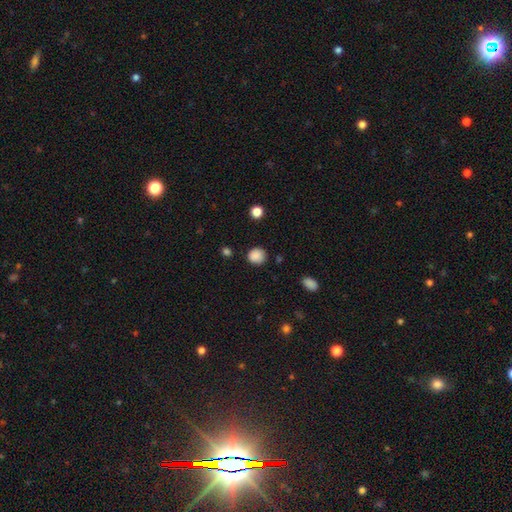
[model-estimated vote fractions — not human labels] A smooth galaxy with no disk features (87%) that is round (86%). Merging: none (84%).